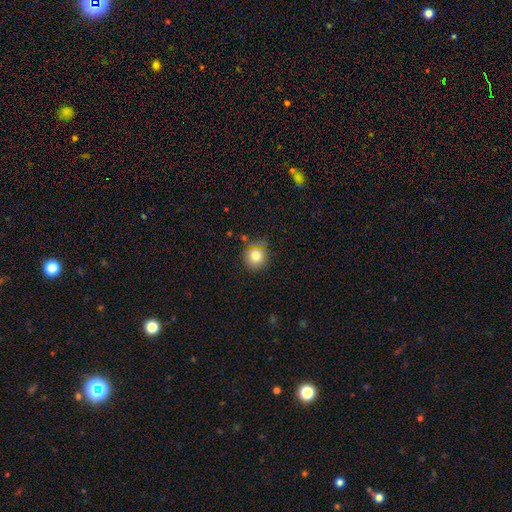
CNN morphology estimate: A smooth galaxy with no disk features (79%) that is round (91%).

Vote fractions:
- Smooth or featured? smooth: 79% / star or artifact: 12% / featured or disk: 9%
- How rounded? round: 91% / in between: 8% / cigar-shaped: 1%
- Merging? none: 78% / minor disturbance: 15% / major disturbance: 4% / merger: 4%